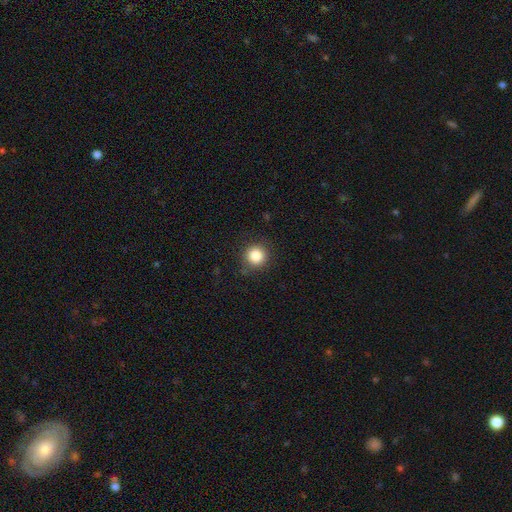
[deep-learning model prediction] A smooth galaxy with no disk features (85%) that is round (94%). Merging: none (88%).